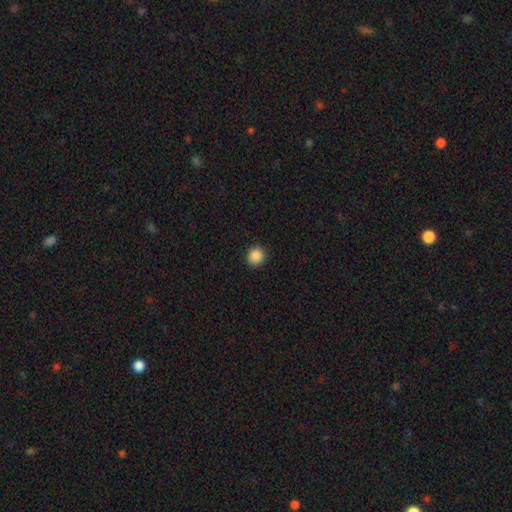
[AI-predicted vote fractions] Smooth or featured? smooth (88%)
How rounded? round (91%)
Merging? none (91%)